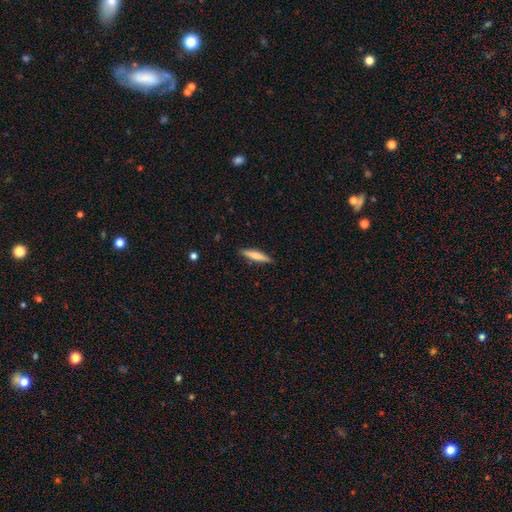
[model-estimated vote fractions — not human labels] A smooth galaxy with no disk features (70%) that is cigar-shaped (85%). Merging: none (89%).